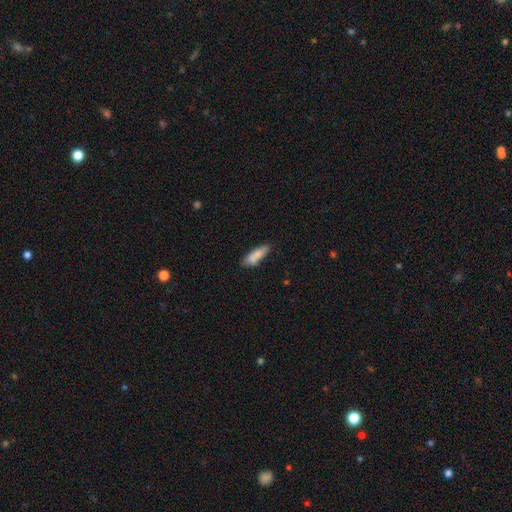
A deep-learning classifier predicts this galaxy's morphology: Smooth or featured: smooth — 80% (featured or disk — 13%)
How rounded: cigar-shaped — 51% (in between — 48%)
Merging: none — 68% (minor disturbance — 19%)